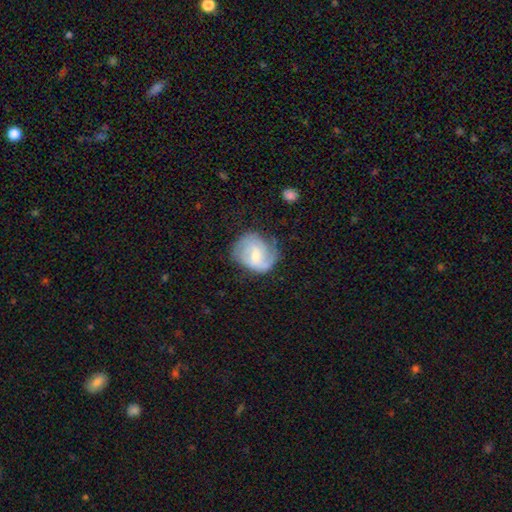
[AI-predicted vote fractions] The model was most divided on "spiral winding": medium: 42%, tight: 38%, loose: 20%. More confident: edge-on disk — no (97%); spiral arms — yes (86%); smooth or featured — featured or disk (65%); merging — none (58%); spiral arm count — 2 (57%); bar — weak (55%); bulge size — moderate (51%).